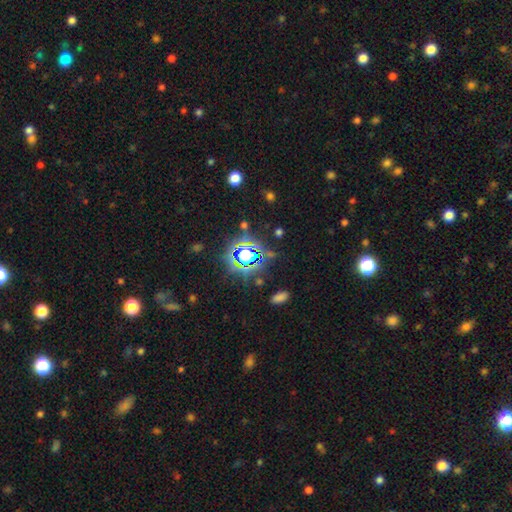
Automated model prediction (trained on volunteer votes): Smooth or featured: star or artifact — 74% (smooth — 17%)